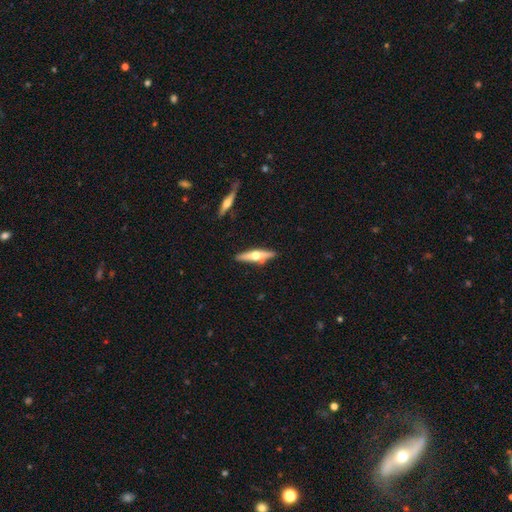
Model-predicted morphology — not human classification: A featured or disk galaxy (63%) viewed edge-on (94%) with a rounded central bulge (95%).

Vote fractions:
- Smooth or featured? featured or disk: 63% / smooth: 31% / star or artifact: 5%
- Edge-on disk? yes: 94% / no: 6%
- Edge-on bulge? rounded: 95% / boxy: 3% / none: 2%
- Merging? none: 84% / minor disturbance: 10% / merger: 4% / major disturbance: 2%